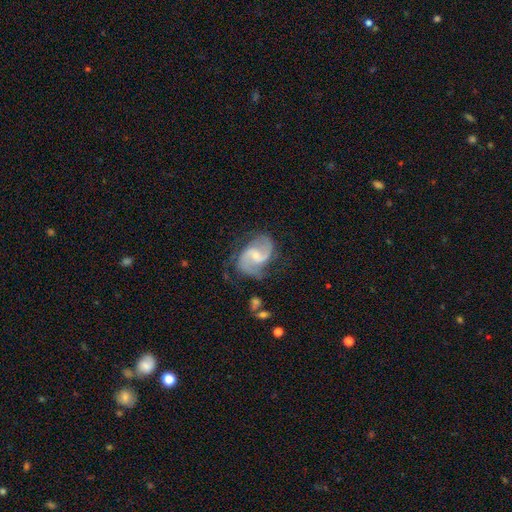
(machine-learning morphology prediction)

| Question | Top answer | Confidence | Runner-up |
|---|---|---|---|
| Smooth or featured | featured or disk | 87% | smooth (7%) |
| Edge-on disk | no | 98% | yes (2%) |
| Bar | weak | 55% | no (28%) |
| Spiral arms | yes | 97% | no (3%) |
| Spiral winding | medium | 53% | loose (33%) |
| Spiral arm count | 2 | 89% | can't tell (4%) |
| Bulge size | small | 57% | moderate (34%) |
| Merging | none | 67% | minor disturbance (20%) |